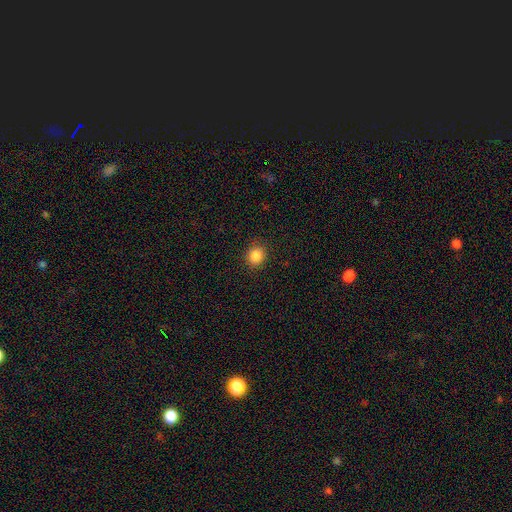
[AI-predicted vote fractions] Smooth or featured?
  - smooth: 87% *
  - star or artifact: 10%
  - featured or disk: 3%
How rounded?
  - round: 75% *
  - in between: 24%
  - cigar-shaped: 1%
Merging?
  - none: 89% *
  - minor disturbance: 8%
  - major disturbance: 2%
  - merger: 1%